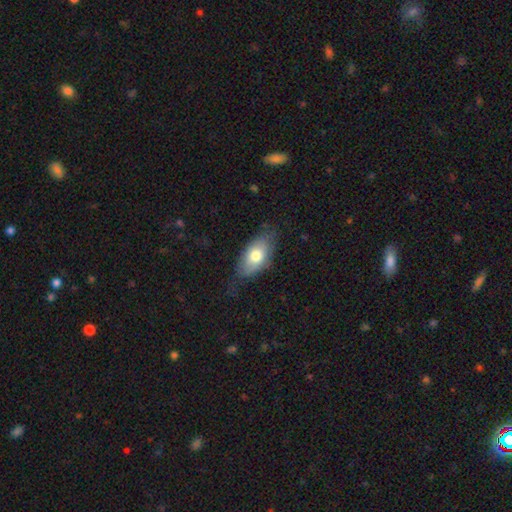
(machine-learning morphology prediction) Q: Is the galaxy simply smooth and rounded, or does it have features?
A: smooth — 71%.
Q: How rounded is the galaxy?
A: in between — 91%.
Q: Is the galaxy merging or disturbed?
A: none — 68%.